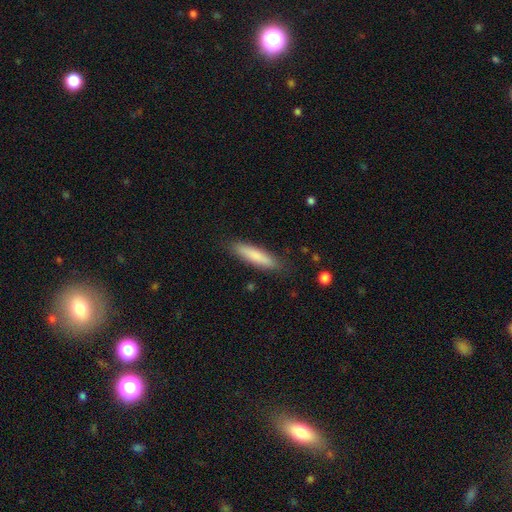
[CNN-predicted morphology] Smooth or featured: smooth — 81% (featured or disk — 13%)
How rounded: cigar-shaped — 82% (in between — 17%)
Merging: none — 87% (minor disturbance — 10%)